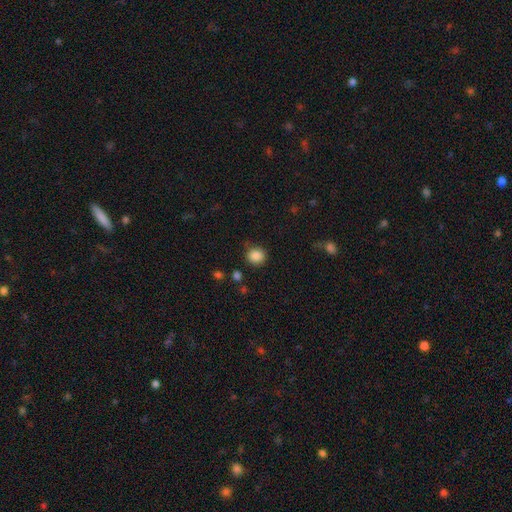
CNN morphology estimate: The model was most divided on "how rounded": round: 85%, in between: 14%, cigar-shaped: 1%. More confident: smooth or featured — smooth (87%); merging — none (85%).